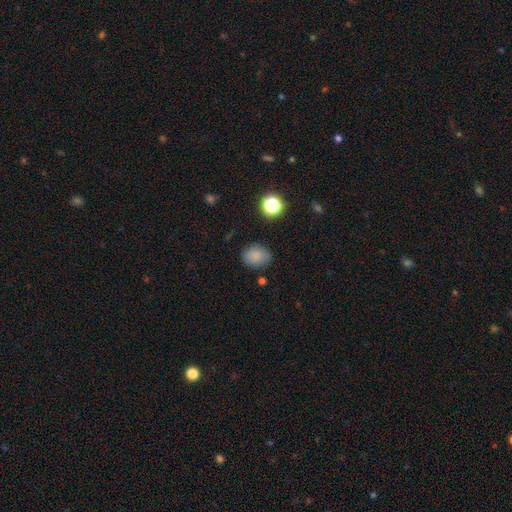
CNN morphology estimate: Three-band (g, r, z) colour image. It shows a smooth galaxy with no disk features (83%) that is in between round and cigar-shaped (52%). Merging: none (81%).